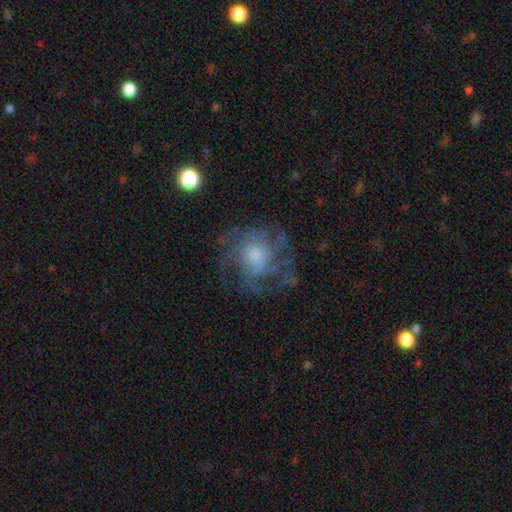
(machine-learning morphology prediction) Smooth or featured?
  - featured or disk: 73% *
  - smooth: 17%
  - star or artifact: 9%
Edge-on disk?
  - no: 97% *
  - yes: 3%
Bar?
  - no: 78% *
  - weak: 19%
  - strong: 3%
Spiral arms?
  - yes: 87% *
  - no: 13%
Spiral winding?
  - tight: 46% *
  - medium: 38%
  - loose: 15%
Spiral arm count?
  - can't tell: 37% *
  - 4: 20%
  - 3: 18%
  - more than 4: 9%
  - 2: 9%
  - 1: 6%
Bulge size?
  - moderate: 45% *
  - small: 25%
  - large: 20%
  - none: 8%
  - dominant: 2%
Merging?
  - none: 65% *
  - major disturbance: 18%
  - minor disturbance: 16%
  - merger: 2%